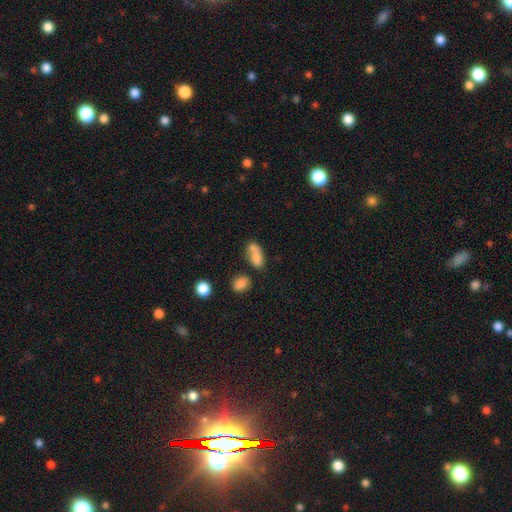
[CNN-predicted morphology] type=smooth (75%); roundness=in between (81%); merging=merger (43%).